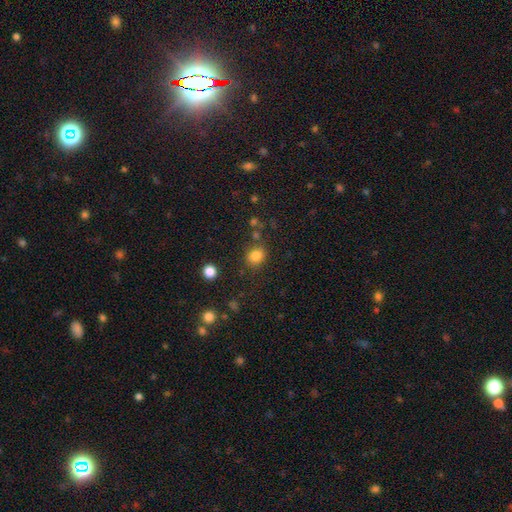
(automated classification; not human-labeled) smooth 82%, star or artifact 12%, featured or disk 5%. Down the decision tree: how rounded — round (68%); merging — none (77%).